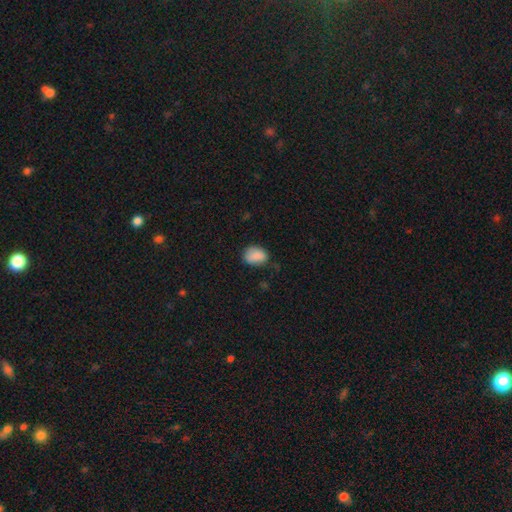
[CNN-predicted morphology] Smooth or featured? smooth (86%)
How rounded? in between (73%)
Merging? none (67%)